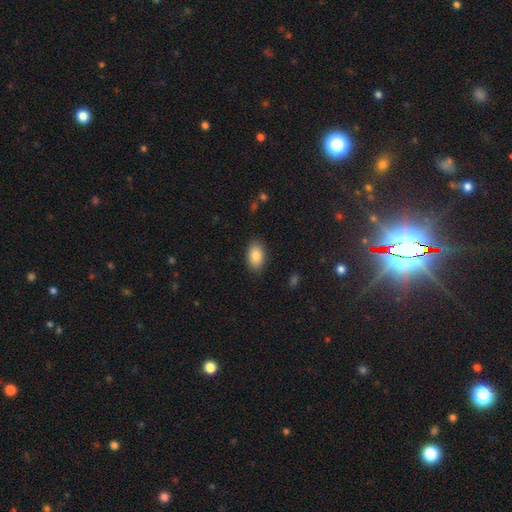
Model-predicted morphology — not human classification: A smooth galaxy with no disk features (85%) that is in between round and cigar-shaped (91%).

Vote fractions:
- Smooth or featured? smooth: 85% / featured or disk: 8% / star or artifact: 7%
- How rounded? in between: 91% / round: 8% / cigar-shaped: 1%
- Merging? none: 87% / minor disturbance: 10% / major disturbance: 2% / merger: 1%